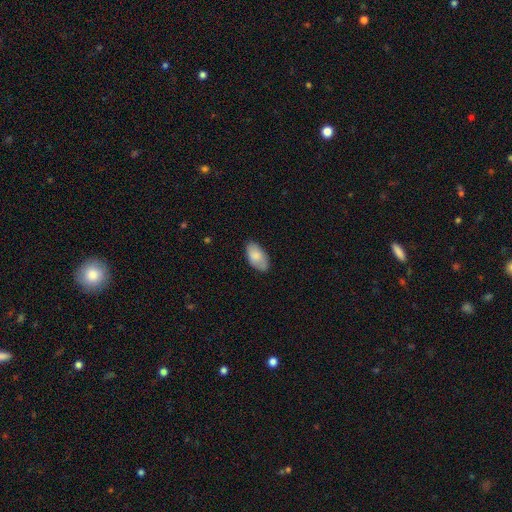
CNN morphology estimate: type=smooth (83%); roundness=in between (95%); merging=none (80%).